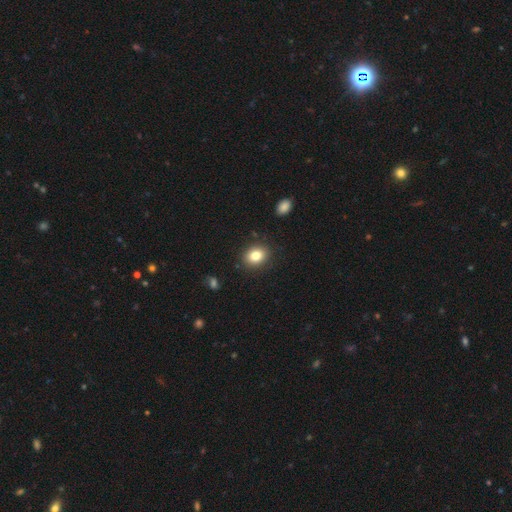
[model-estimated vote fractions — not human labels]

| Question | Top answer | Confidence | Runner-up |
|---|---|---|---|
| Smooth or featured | smooth | 82% | star or artifact (10%) |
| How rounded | in between | 53% | round (46%) |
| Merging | none | 87% | minor disturbance (9%) |